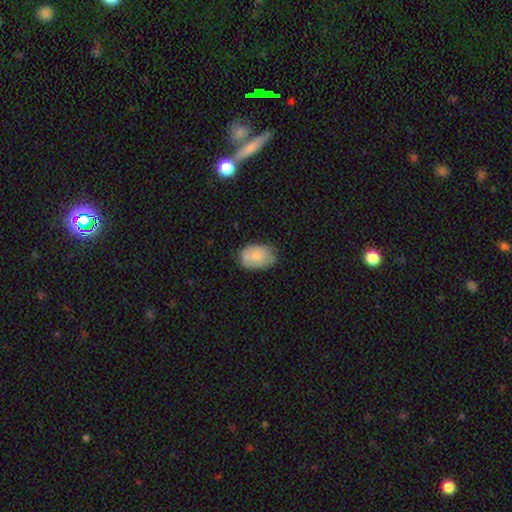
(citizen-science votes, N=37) Volunteers were most divided on "merging": none: 77%, minor disturbance: 17%, major disturbance: 6%, merger: 0%. More confident: how rounded — in between (83%); smooth or featured — smooth (81%).